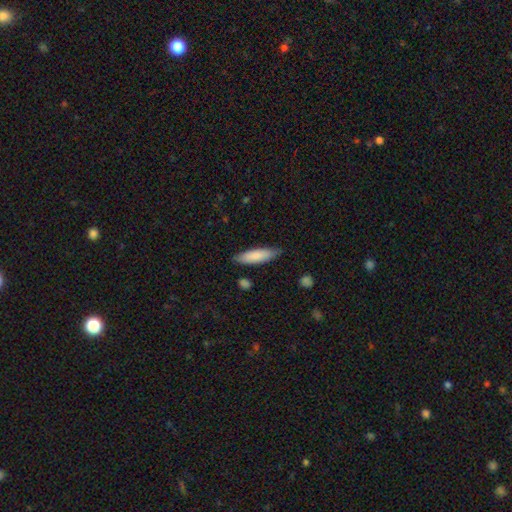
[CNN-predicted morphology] Overall: smooth (83%). How rounded: cigar-shaped (65%; in between 34%). Merging: none (82%).